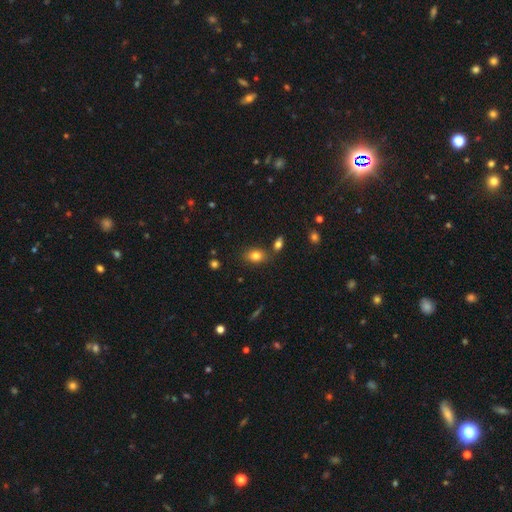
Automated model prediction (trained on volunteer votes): smooth_or_featured: smooth (p=0.81) [alt: star or artifact p=0.10]
how_rounded: in between (p=0.76) [alt: round p=0.22]
merging: none (p=0.76) [alt: minor disturbance p=0.12]